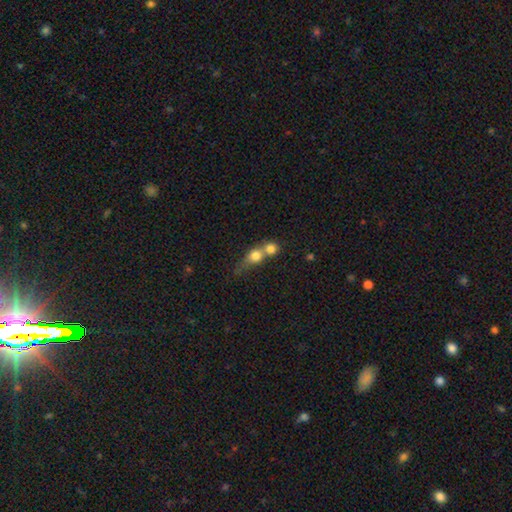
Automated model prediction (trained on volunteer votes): The model was most divided on "how rounded": round: 67%, in between: 25%, cigar-shaped: 7%. More confident: smooth or featured — smooth (71%); merging — merger (70%).